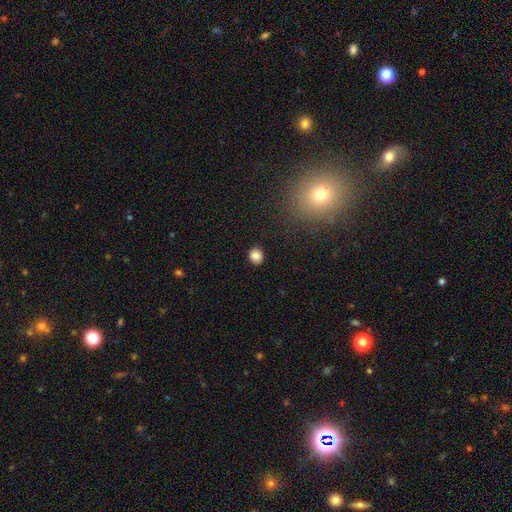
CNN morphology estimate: Smooth or featured?
  - smooth: 85% *
  - star or artifact: 10%
  - featured or disk: 5%
How rounded?
  - round: 72% *
  - in between: 27%
  - cigar-shaped: 1%
Merging?
  - none: 89% *
  - minor disturbance: 8%
  - major disturbance: 2%
  - merger: 1%